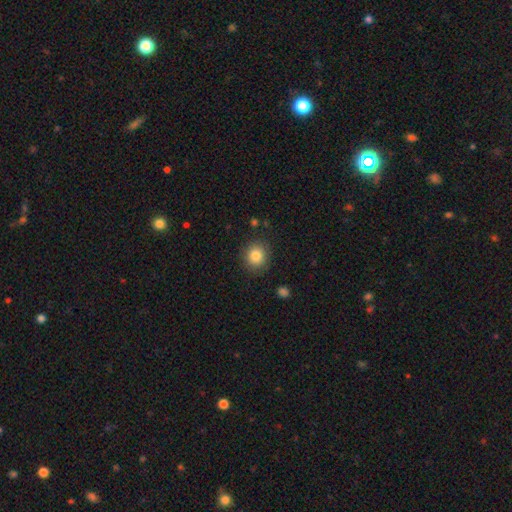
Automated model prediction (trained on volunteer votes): Morphology: type=smooth (84%); roundness=round (85%); merging=none (88%).